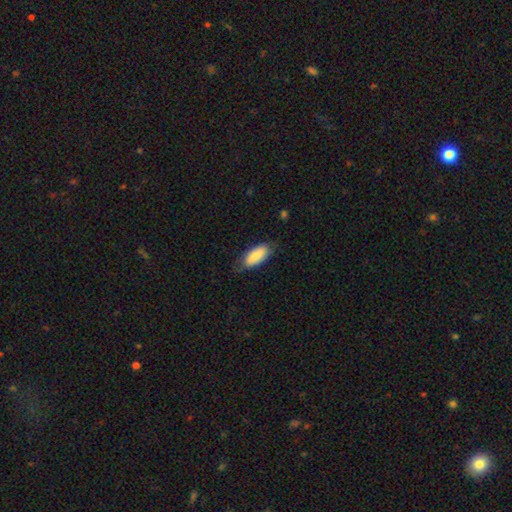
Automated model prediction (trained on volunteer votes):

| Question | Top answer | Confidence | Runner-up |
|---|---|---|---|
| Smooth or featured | smooth | 80% | featured or disk (14%) |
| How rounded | in between | 87% | cigar-shaped (11%) |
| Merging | none | 70% | minor disturbance (24%) |